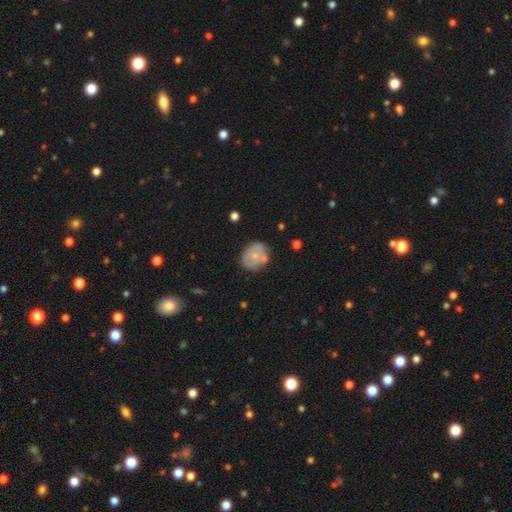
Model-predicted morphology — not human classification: Overall: smooth (54%; featured or disk 39%). How rounded: round (66%; in between 33%). Merging: none (64%).